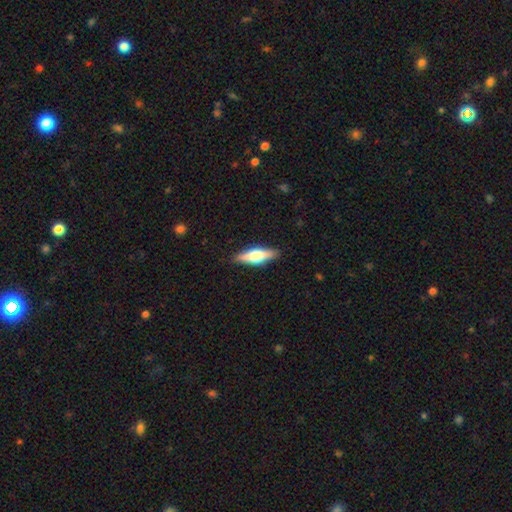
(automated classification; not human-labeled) Smooth or featured: featured or disk — 52% (smooth — 42%)
Edge-on disk: yes — 94% (no — 6%)
Merging: none — 88% (minor disturbance — 9%)